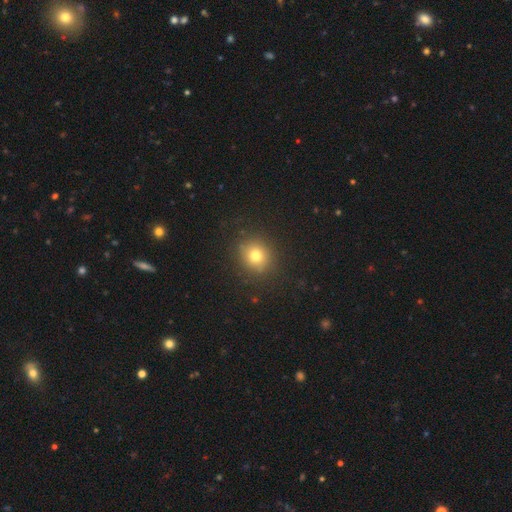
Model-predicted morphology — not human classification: The model was most divided on "smooth or featured": smooth: 74%, star or artifact: 15%, featured or disk: 10%. More confident: merging — none (85%); how rounded — round (82%).